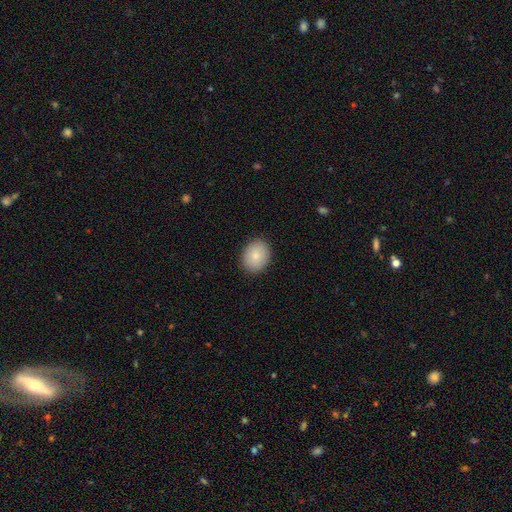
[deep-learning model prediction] The model was most divided on "how rounded": round: 51%, in between: 49%, cigar-shaped: 1%. More confident: merging — none (90%); smooth or featured — smooth (84%).